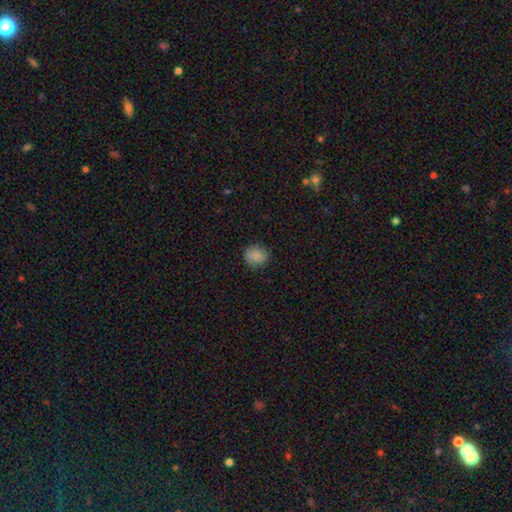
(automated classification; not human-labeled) This appears to be a smooth galaxy with no disk features (85%) that is round (79%). Merging: none (81%).